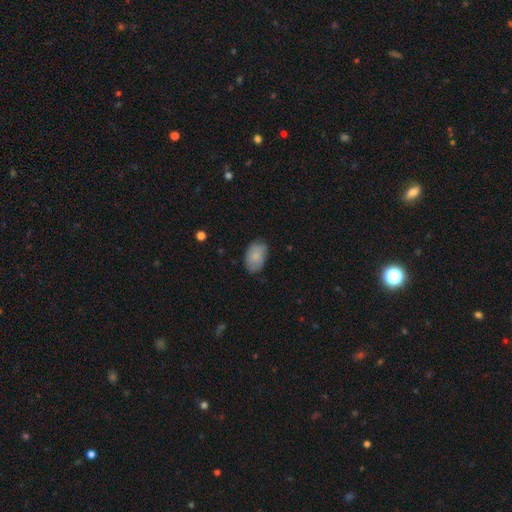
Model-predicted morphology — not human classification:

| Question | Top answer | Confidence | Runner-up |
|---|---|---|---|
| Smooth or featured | smooth | 83% | featured or disk (11%) |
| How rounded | in between | 89% | round (10%) |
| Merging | none | 74% | minor disturbance (21%) |